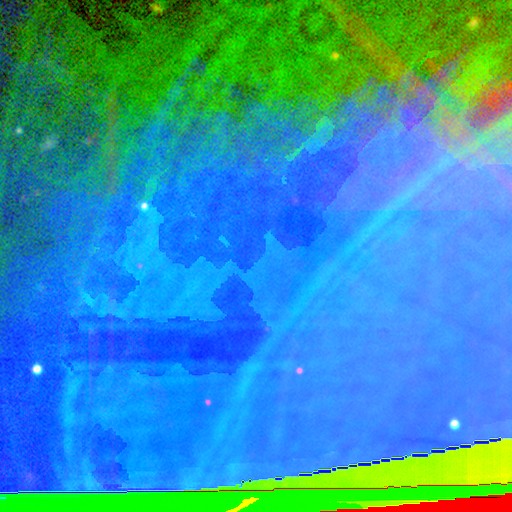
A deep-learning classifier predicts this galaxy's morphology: star or artifact 80%, featured or disk 11%, smooth 8%.